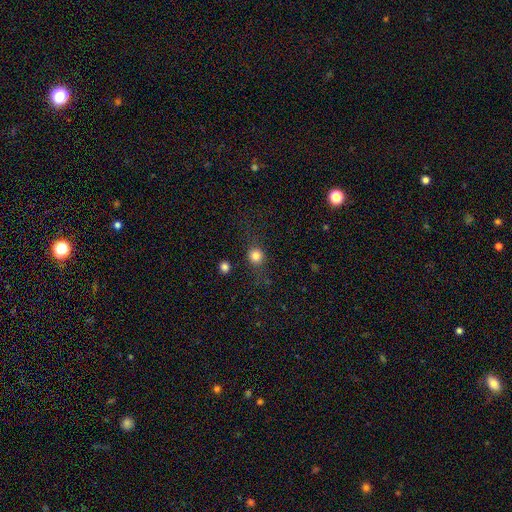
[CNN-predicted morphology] smooth 80%, star or artifact 12%, featured or disk 8%. Down the decision tree: how rounded — round (87%); merging — none (76%).